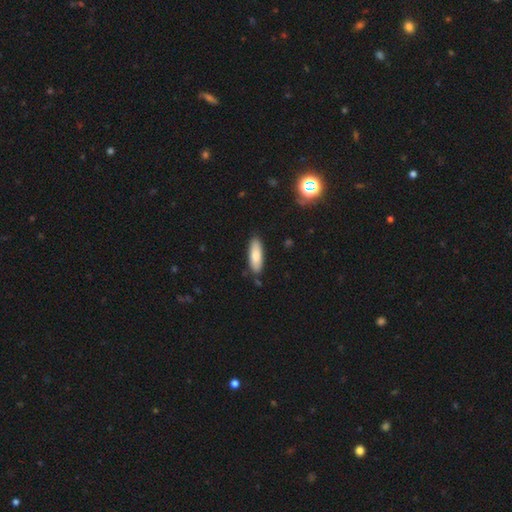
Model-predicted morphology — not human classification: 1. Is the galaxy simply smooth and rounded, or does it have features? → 80% smooth, 14% featured or disk, 6% star or artifact.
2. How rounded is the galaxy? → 55% in between, 43% cigar-shaped, 2% round.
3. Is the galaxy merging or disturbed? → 85% none, 11% minor disturbance, 2% merger, 2% major disturbance.